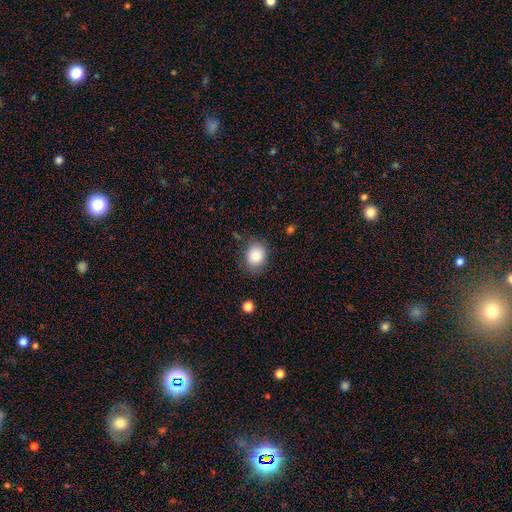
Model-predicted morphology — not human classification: Smooth or featured?
  - smooth: 86% *
  - star or artifact: 9%
  - featured or disk: 5%
How rounded?
  - round: 59% *
  - in between: 41%
  - cigar-shaped: 1%
Merging?
  - none: 78% *
  - minor disturbance: 16%
  - major disturbance: 5%
  - merger: 2%